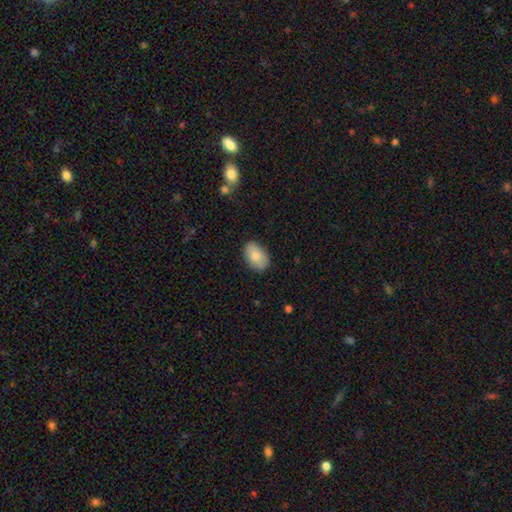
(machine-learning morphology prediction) type=smooth (79%); roundness=in between (90%); merging=none (83%).